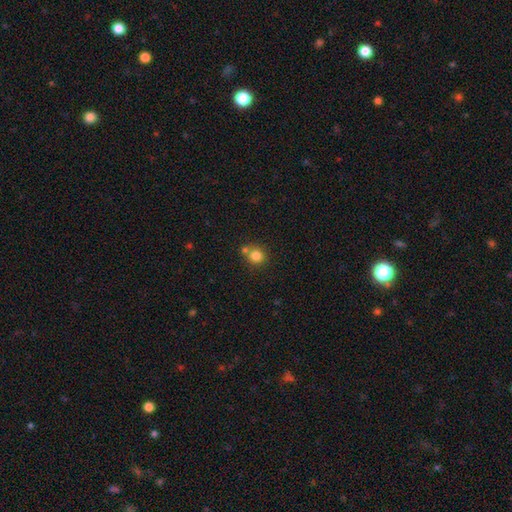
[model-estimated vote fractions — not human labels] Overall: smooth (81%). How rounded: round (89%). Merging: none (60%; merger 28%).